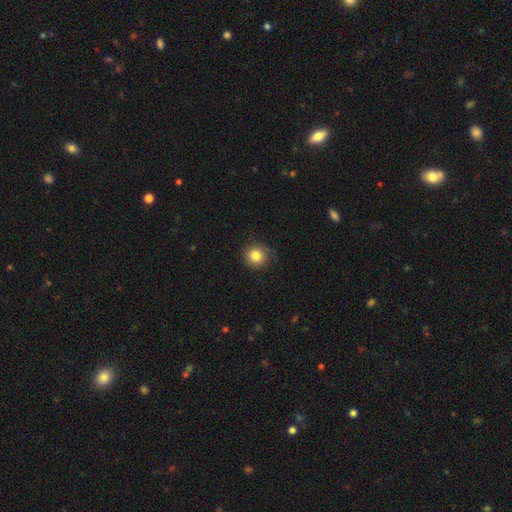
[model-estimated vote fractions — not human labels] Smooth or featured? Predicted: smooth (p=0.83). How rounded? Predicted: round (p=0.91). Merging? Predicted: none (p=0.75).